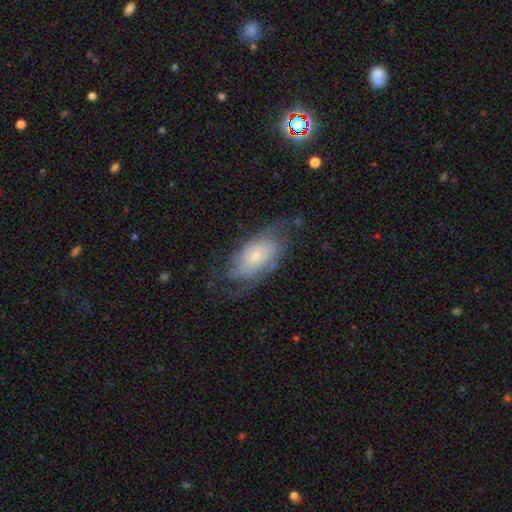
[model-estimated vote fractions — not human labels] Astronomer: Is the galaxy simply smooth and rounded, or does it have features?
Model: featured or disk — 70%.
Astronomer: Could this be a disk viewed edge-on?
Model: no — 94%.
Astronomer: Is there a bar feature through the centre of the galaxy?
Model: no — 74%.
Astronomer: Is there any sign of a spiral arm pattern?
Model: yes — 88%.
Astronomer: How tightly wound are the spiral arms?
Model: tight — 46% (runner-up: medium, 37%).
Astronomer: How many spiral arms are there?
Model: can't tell — 42% (runner-up: 2, 32%).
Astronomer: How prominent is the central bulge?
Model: small — 67%.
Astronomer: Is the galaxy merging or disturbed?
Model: none — 60%.